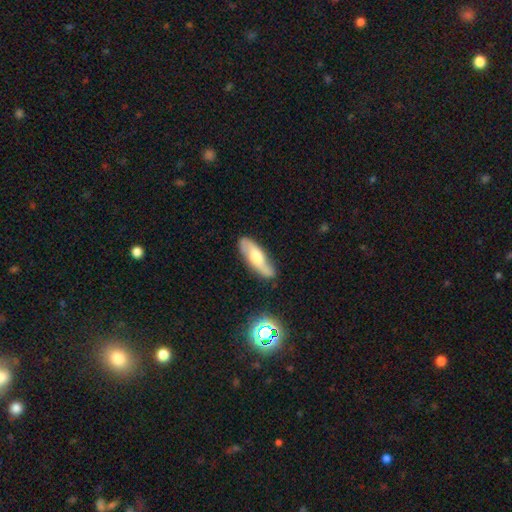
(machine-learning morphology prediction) The model was most divided on "smooth or featured": featured or disk: 57%, smooth: 33%, star or artifact: 9%. More confident: merging — none (78%); edge-on disk — no (71%).